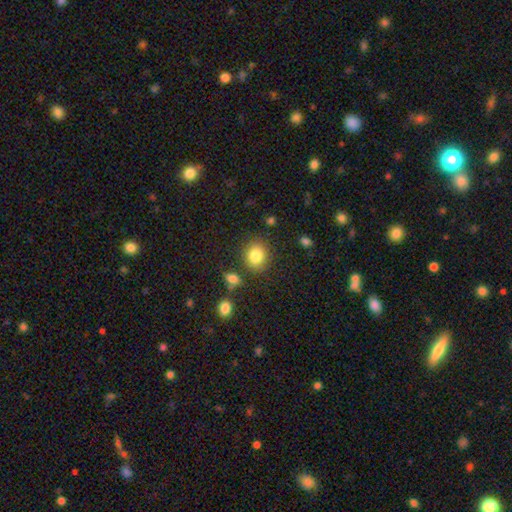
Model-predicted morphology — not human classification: smooth-or-featured: smooth: 84% | star or artifact: 9% | featured or disk: 7%
  how-rounded: round: 71% | in between: 29% | cigar-shaped: 1%
  merging: none: 82% | minor disturbance: 10% | merger: 5% | major disturbance: 3%